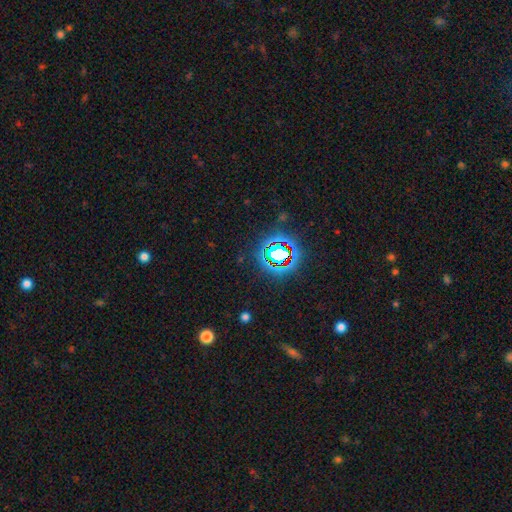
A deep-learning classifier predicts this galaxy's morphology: star or artifact 78%, smooth 13%, featured or disk 9%.